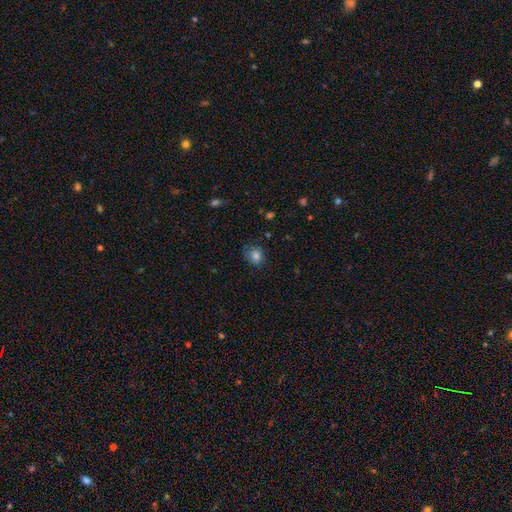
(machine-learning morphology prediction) Smooth or featured: smooth — 82% (star or artifact — 11%)
How rounded: round — 66% (in between — 33%)
Merging: none — 71% (minor disturbance — 22%)